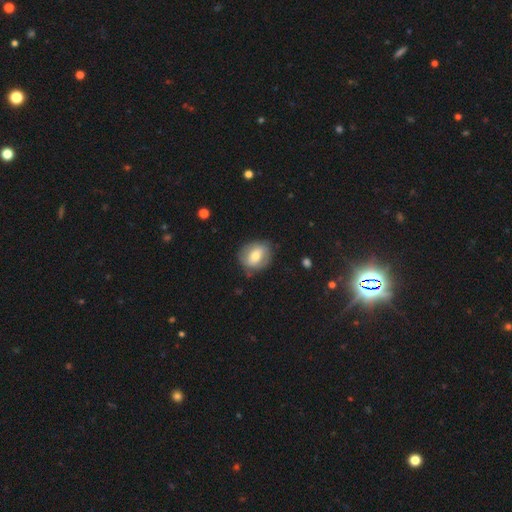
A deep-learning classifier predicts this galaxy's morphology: smooth_or_featured: smooth (p=0.55) [alt: featured or disk p=0.38]
how_rounded: round (p=0.50) [alt: in between p=0.49]
merging: none (p=0.73) [alt: minor disturbance p=0.19]